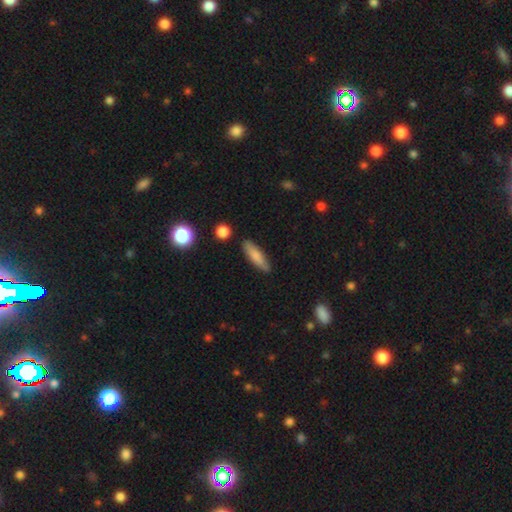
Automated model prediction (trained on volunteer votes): Smooth or featured: smooth — 78% (featured or disk — 15%)
How rounded: cigar-shaped — 60% (in between — 38%)
Merging: none — 83% (minor disturbance — 12%)